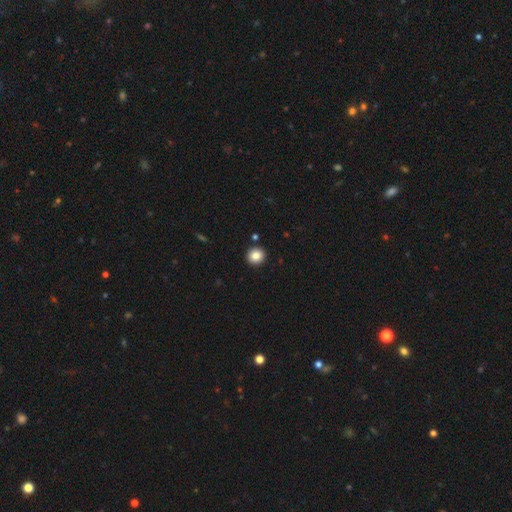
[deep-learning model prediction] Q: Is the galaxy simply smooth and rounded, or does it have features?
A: smooth — 85%.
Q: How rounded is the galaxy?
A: round — 92%.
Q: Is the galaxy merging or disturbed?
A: none — 92%.